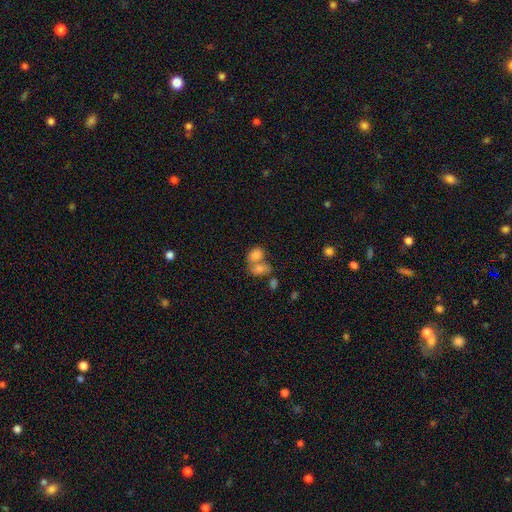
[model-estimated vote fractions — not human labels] Morphology: type=smooth (72%); roundness=in between (65%); merging=merger (67%).